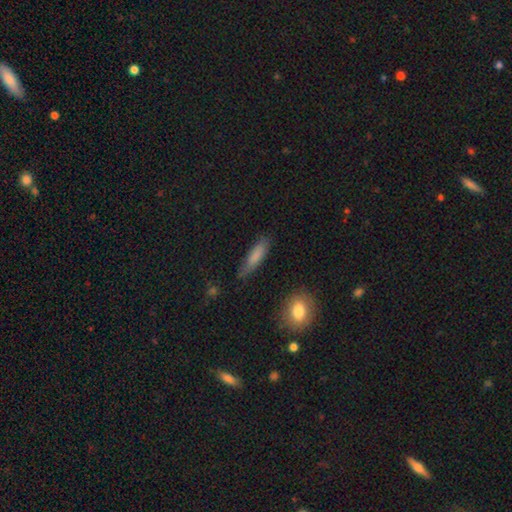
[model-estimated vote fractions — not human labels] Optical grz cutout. It shows a smooth galaxy with no disk features (80%) that is cigar-shaped (70%). Merging: none (75%).